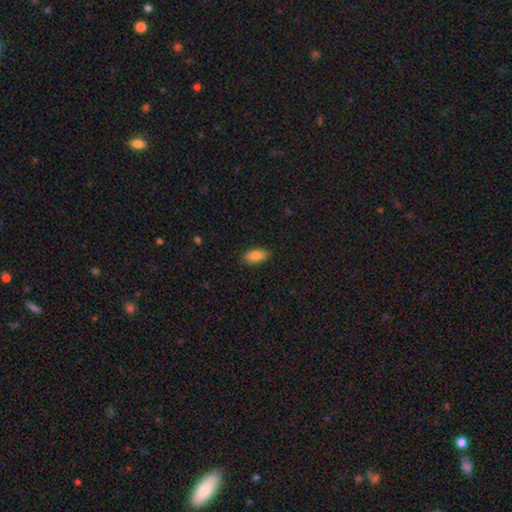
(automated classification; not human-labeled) Smooth or featured?
  - smooth: 84% *
  - featured or disk: 8%
  - star or artifact: 7%
How rounded?
  - in between: 91% *
  - cigar-shaped: 5%
  - round: 3%
Merging?
  - none: 86% *
  - minor disturbance: 11%
  - major disturbance: 2%
  - merger: 1%